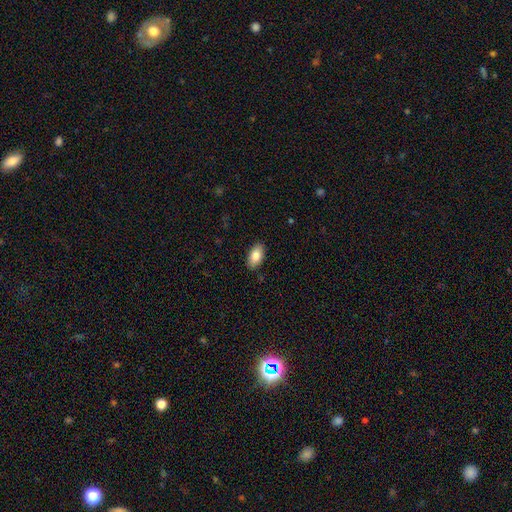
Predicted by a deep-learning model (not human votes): This appears to be a smooth galaxy with no disk features (83%) that is in between round and cigar-shaped (93%). Merging: none (89%).